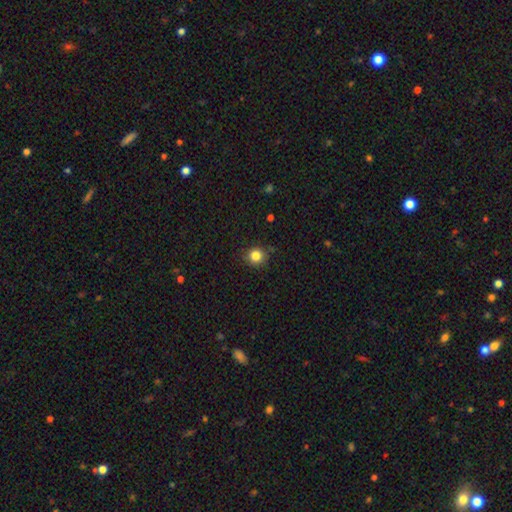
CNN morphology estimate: Smooth or featured? Predicted: smooth (p=0.83). How rounded? Predicted: round (p=0.90). Merging? Predicted: none (p=0.86).